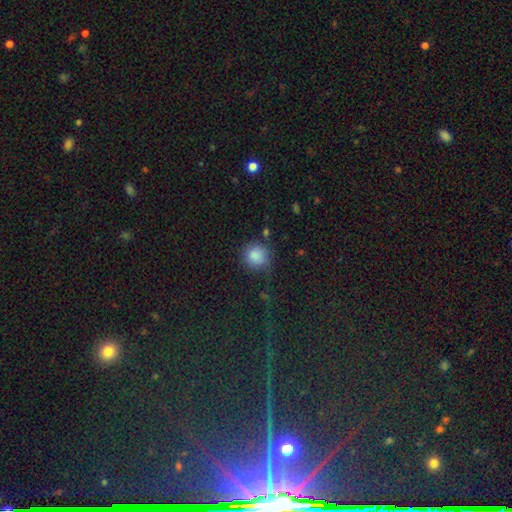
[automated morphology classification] type=smooth (86%); roundness=round (89%); merging=none (71%).